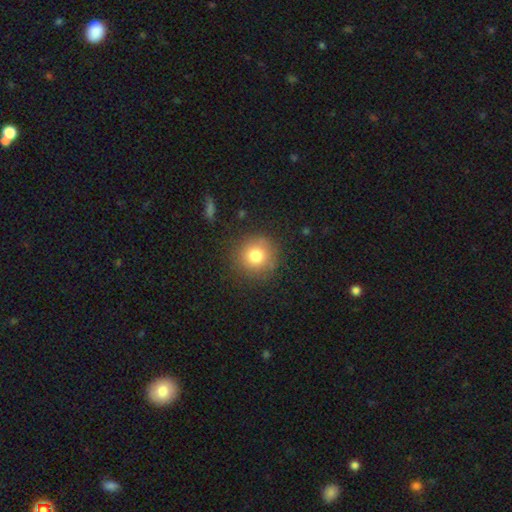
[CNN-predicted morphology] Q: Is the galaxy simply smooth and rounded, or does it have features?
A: smooth — 79%.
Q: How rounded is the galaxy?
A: round — 93%.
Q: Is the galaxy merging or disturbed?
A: none — 85%.